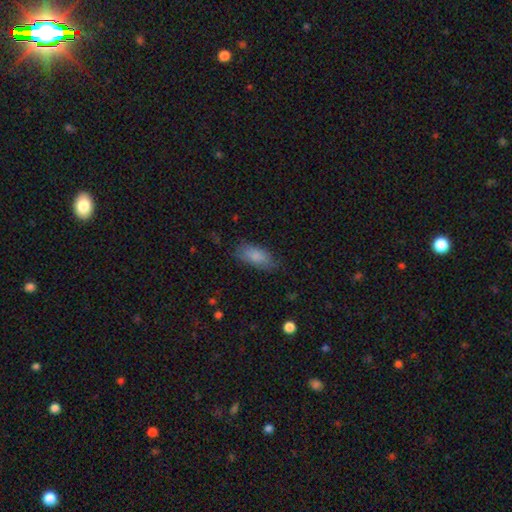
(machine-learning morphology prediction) Smooth or featured: smooth — 85% (featured or disk — 8%)
How rounded: in between — 86% (cigar-shaped — 12%)
Merging: none — 76% (minor disturbance — 19%)